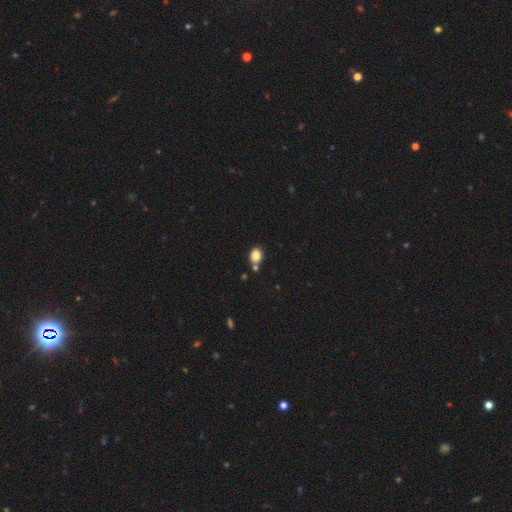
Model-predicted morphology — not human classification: Smooth or featured: smooth — 84% (star or artifact — 10%)
How rounded: in between — 55% (round — 43%)
Merging: none — 70% (merger — 14%)